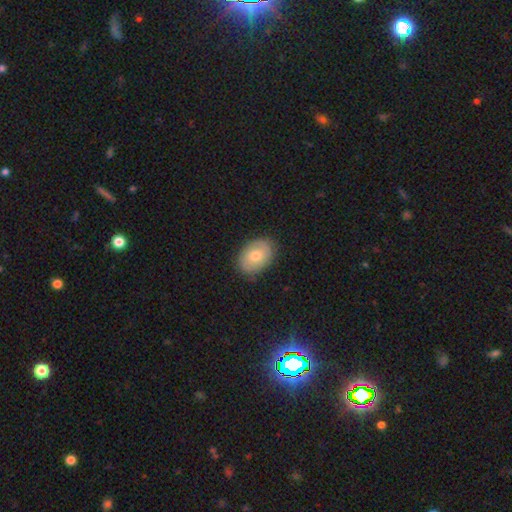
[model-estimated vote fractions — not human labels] Morphology: type=smooth (71%); roundness=in between (81%); merging=none (83%).